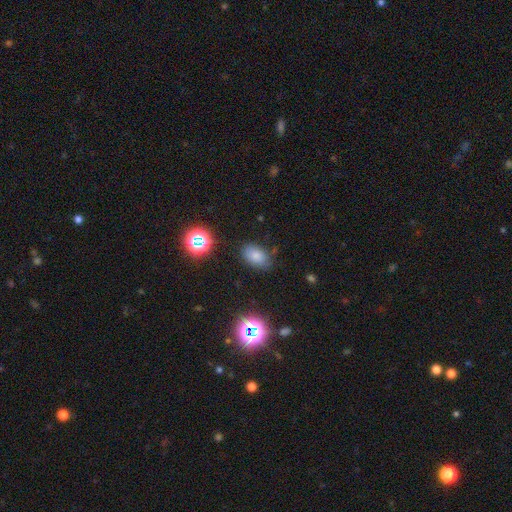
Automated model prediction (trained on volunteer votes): This is likely a smooth galaxy (77%). How rounded: clearly in between (87%). Merging: likely none (79%).